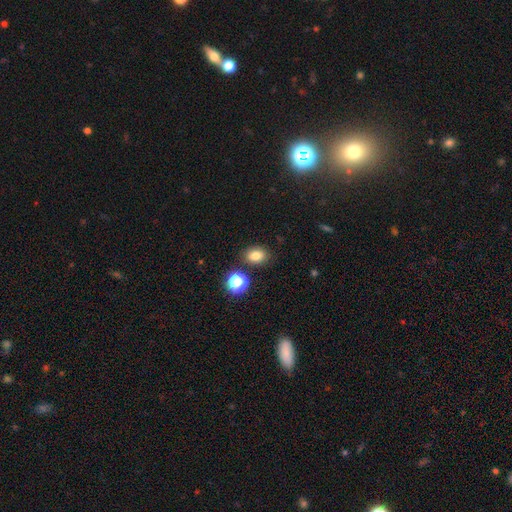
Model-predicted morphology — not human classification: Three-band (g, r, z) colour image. It shows a smooth galaxy with no disk features (79%) that is in between round and cigar-shaped (65%). Merging: none (83%).